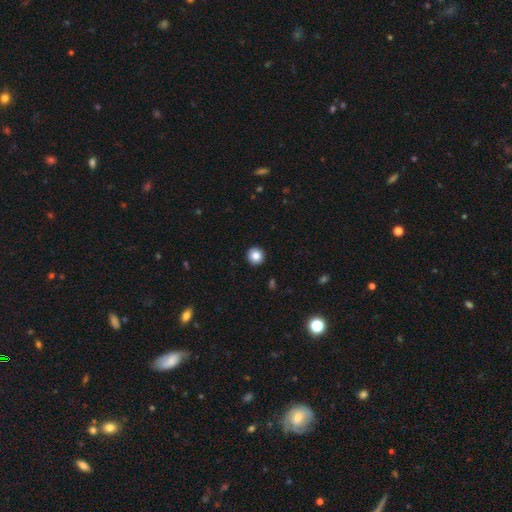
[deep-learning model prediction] smooth 85%, star or artifact 10%, featured or disk 5%. Down the decision tree: how rounded — round (93%); merging — none (93%).